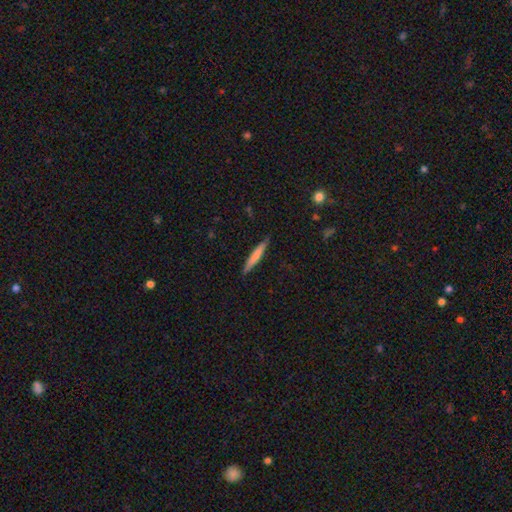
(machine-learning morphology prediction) smooth-or-featured: smooth: 69% | featured or disk: 26% | star or artifact: 5%
  how-rounded: cigar-shaped: 95% | in between: 4% | round: 1%
  merging: none: 88% | minor disturbance: 9% | major disturbance: 2% | merger: 1%